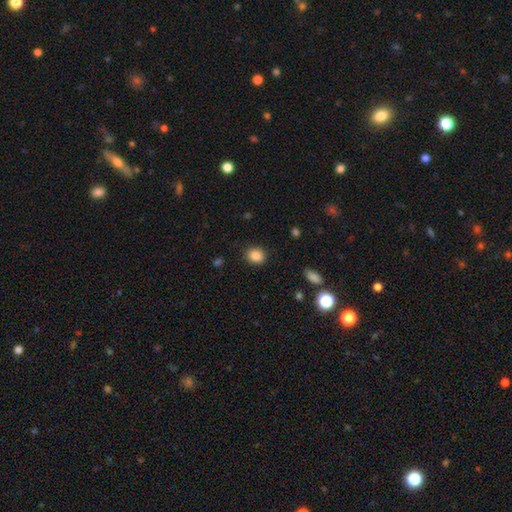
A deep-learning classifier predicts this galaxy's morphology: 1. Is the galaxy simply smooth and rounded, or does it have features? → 86% smooth, 10% star or artifact, 4% featured or disk.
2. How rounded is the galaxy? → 67% round, 32% in between, 1% cigar-shaped.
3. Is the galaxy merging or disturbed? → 89% none, 8% minor disturbance, 2% major disturbance, 1% merger.